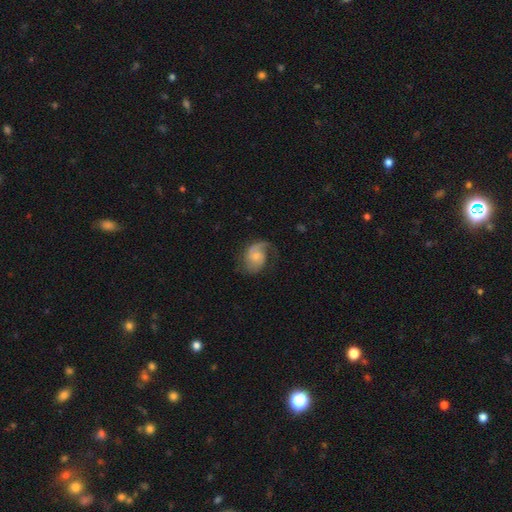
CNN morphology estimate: A featured or disk galaxy (70%) with no bar (69%), 2 (53%) medium (42%) spiral arms (93%) and a small central bulge (48%). Merging: none (54%).